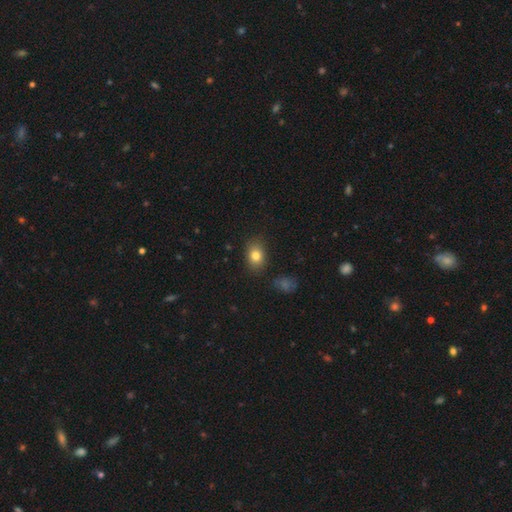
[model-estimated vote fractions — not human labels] Overall: smooth (81%). How rounded: in between (69%; round 30%). Merging: none (84%).